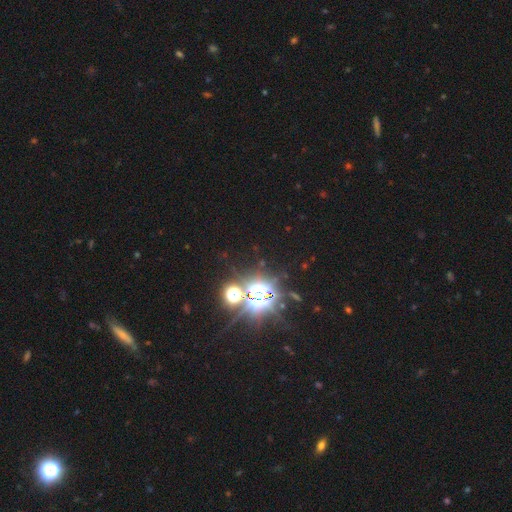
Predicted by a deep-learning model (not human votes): smooth-or-featured: star or artifact: 83% | smooth: 11% | featured or disk: 7%